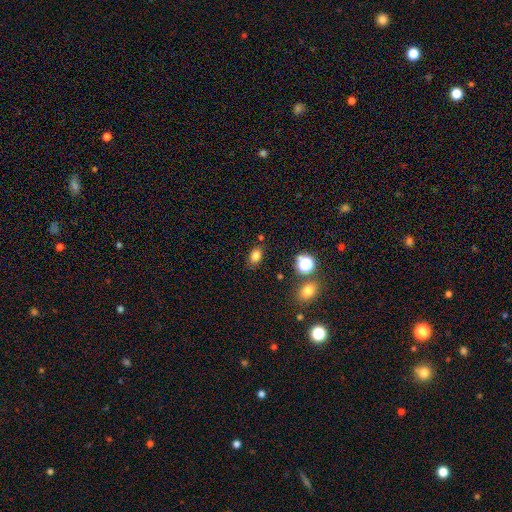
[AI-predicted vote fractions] Smooth or featured? Predicted: smooth (p=0.79). How rounded? Predicted: in between (p=0.77). Merging? Predicted: none (p=0.79).